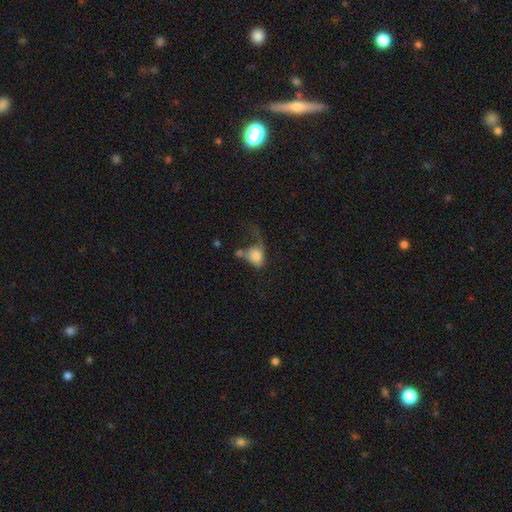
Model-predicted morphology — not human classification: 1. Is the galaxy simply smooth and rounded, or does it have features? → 71% smooth, 21% featured or disk, 9% star or artifact.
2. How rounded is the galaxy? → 63% in between, 35% round, 2% cigar-shaped.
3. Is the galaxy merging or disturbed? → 46% major disturbance, 19% merger, 18% none, 16% minor disturbance.